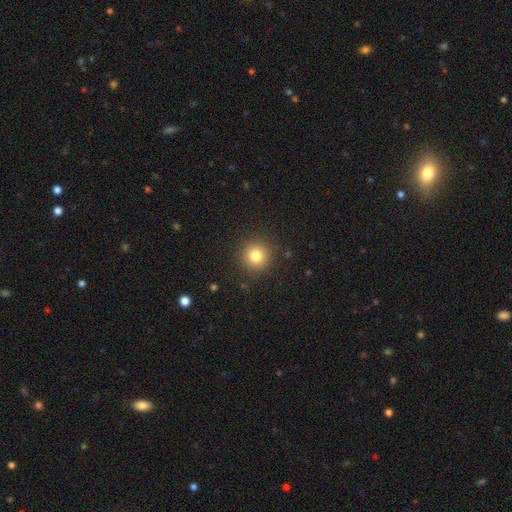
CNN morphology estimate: A smooth galaxy with no disk features (80%) that is round (94%).

Vote fractions:
- Smooth or featured? smooth: 80% / star or artifact: 12% / featured or disk: 7%
- How rounded? round: 94% / in between: 5% / cigar-shaped: 1%
- Merging? none: 90% / minor disturbance: 6% / major disturbance: 2% / merger: 1%